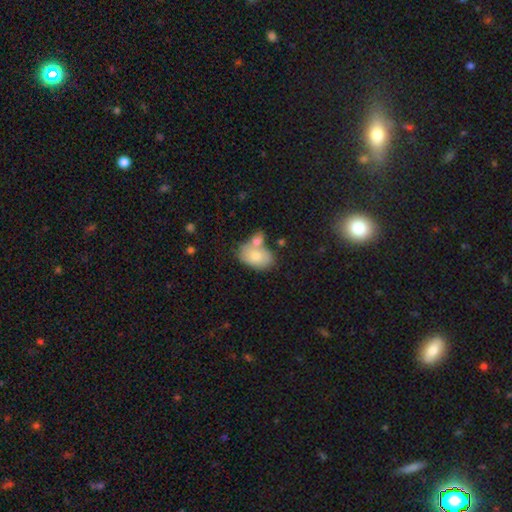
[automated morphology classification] A smooth galaxy with no disk features (76%) that is in between round and cigar-shaped (89%).

Vote fractions:
- Smooth or featured? smooth: 76% / featured or disk: 17% / star or artifact: 6%
- How rounded? in between: 89% / round: 10% / cigar-shaped: 1%
- Merging? none: 40% (tied) / merger: 40% (tied) / minor disturbance: 15% / major disturbance: 5%